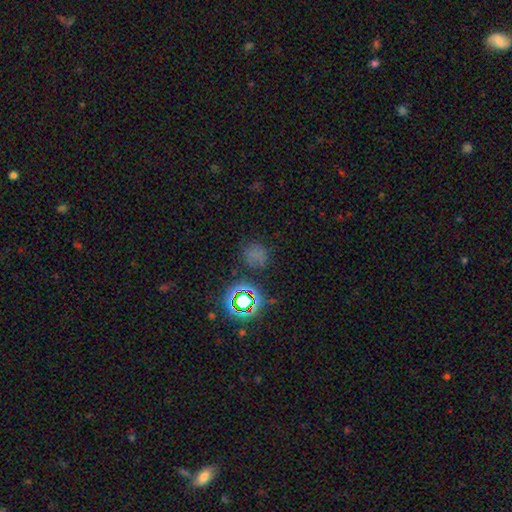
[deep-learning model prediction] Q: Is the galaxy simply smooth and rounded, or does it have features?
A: smooth — 52%.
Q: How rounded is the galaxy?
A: round — 79%.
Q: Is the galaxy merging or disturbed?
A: none — 72%.